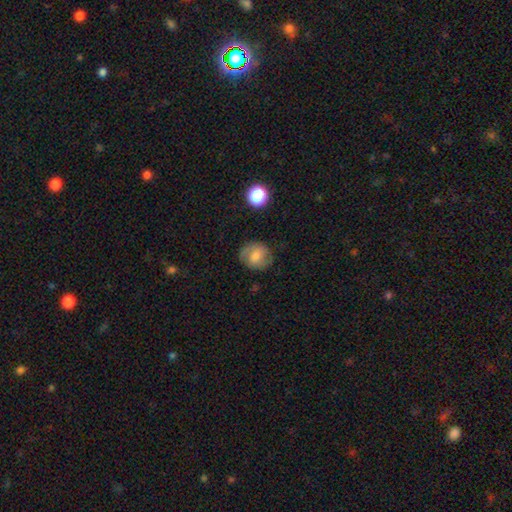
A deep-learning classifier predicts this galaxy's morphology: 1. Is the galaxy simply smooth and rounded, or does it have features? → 49% smooth, 42% featured or disk, 10% star or artifact.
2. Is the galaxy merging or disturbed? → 76% none, 17% minor disturbance, 6% major disturbance, 1% merger.